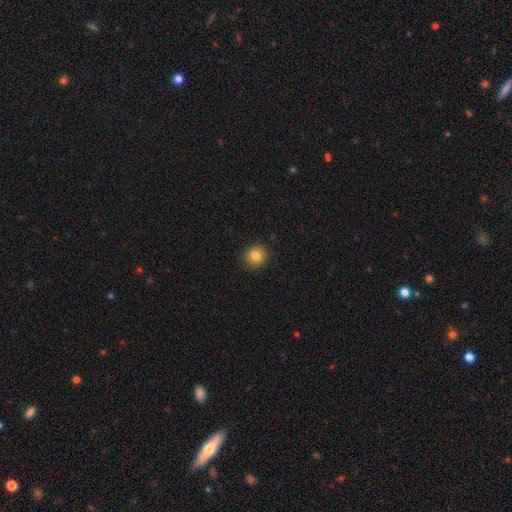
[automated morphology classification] This is clearly a smooth galaxy (81%). How rounded: clearly round (87%). Merging: clearly none (90%).